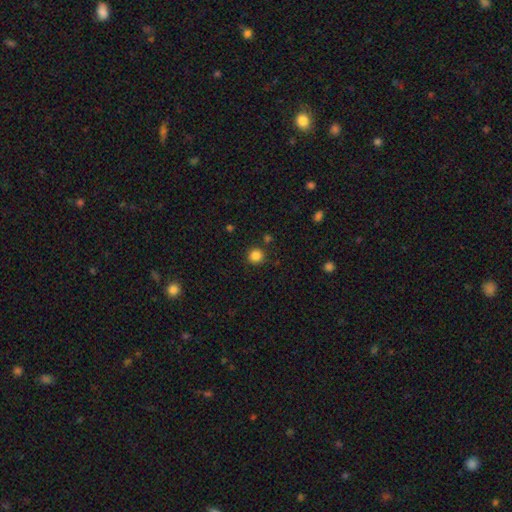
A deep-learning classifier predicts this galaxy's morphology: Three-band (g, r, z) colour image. It shows a smooth galaxy with no disk features (84%) that is round (93%). Merging: none (87%).